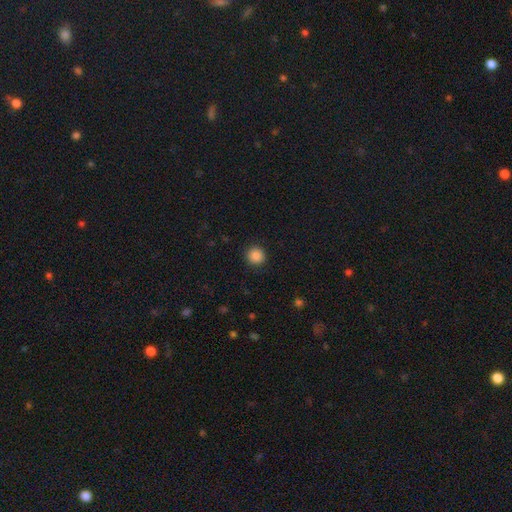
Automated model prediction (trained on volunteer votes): Q: Smooth or featured?
A: smooth (87%); runner-up: star or artifact (10%)
Q: How rounded?
A: round (94%); runner-up: in between (6%)
Q: Merging?
A: none (92%); runner-up: minor disturbance (5%)